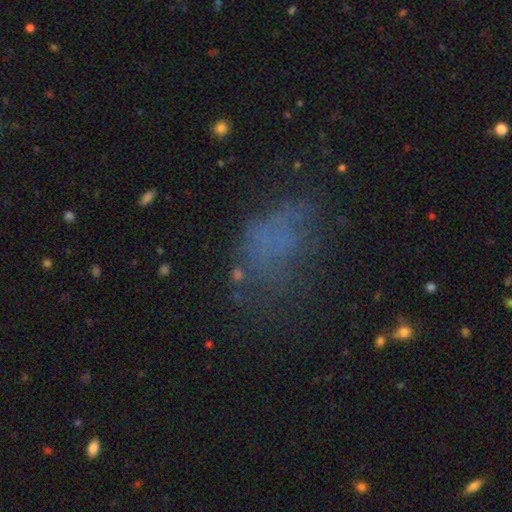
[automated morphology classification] Smooth or featured? smooth (47%)
Merging? none (45%)